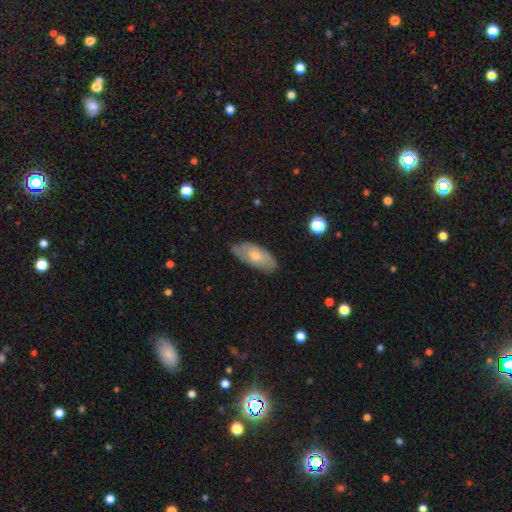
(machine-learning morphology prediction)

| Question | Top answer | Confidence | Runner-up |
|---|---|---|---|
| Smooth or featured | smooth | 59% | featured or disk (35%) |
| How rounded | in between | 88% | cigar-shaped (9%) |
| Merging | none | 72% | minor disturbance (23%) |